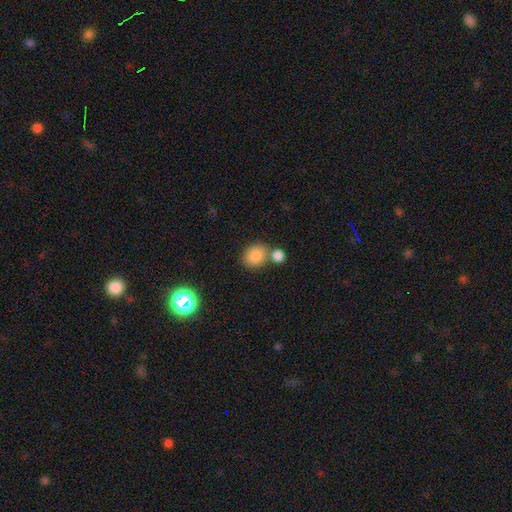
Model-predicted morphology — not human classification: Smooth or featured? smooth (84%)
How rounded? round (56%)
Merging? none (56%)